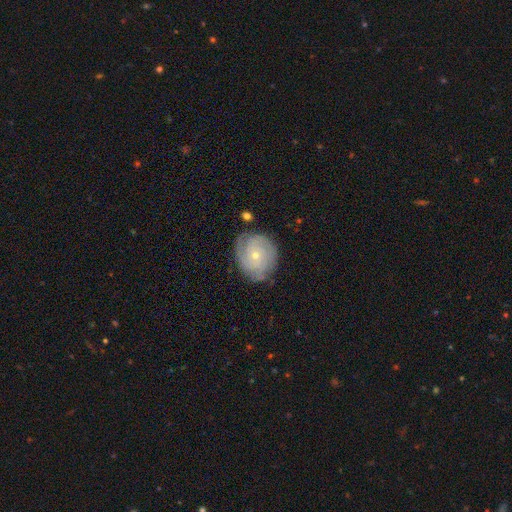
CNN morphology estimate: smooth_or_featured: featured or disk (p=0.76) [alt: smooth p=0.18]
disk_edge_on: no (p=0.98) [alt: yes p=0.02]
bar: no (p=0.80) [alt: weak p=0.18]
has_spiral_arms: yes (p=0.93) [alt: no p=0.07]
spiral_winding: tight (p=0.72) [alt: medium p=0.22]
spiral_arm_count: can't tell (p=0.29) [alt: 3 p=0.25]
bulge_size: small (p=0.72) [alt: moderate p=0.25]
merging: none (p=0.76) [alt: minor disturbance p=0.17]